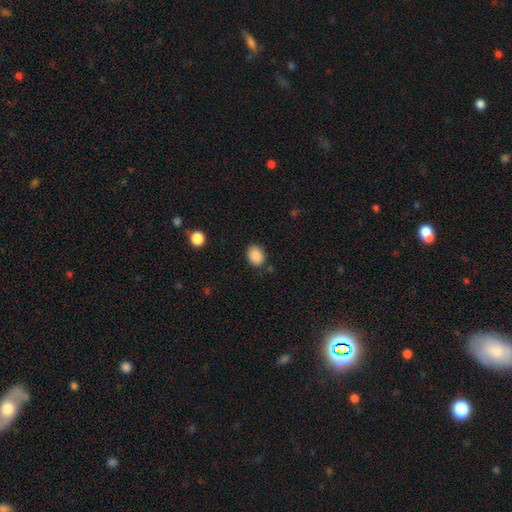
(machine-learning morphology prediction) A smooth galaxy with no disk features (89%) that is in between round and cigar-shaped (59%).

Vote fractions:
- Smooth or featured? smooth: 89% / star or artifact: 8% / featured or disk: 3%
- How rounded? in between: 59% / round: 40% / cigar-shaped: 1%
- Merging? none: 84% / minor disturbance: 11% / major disturbance: 3% / merger: 2%